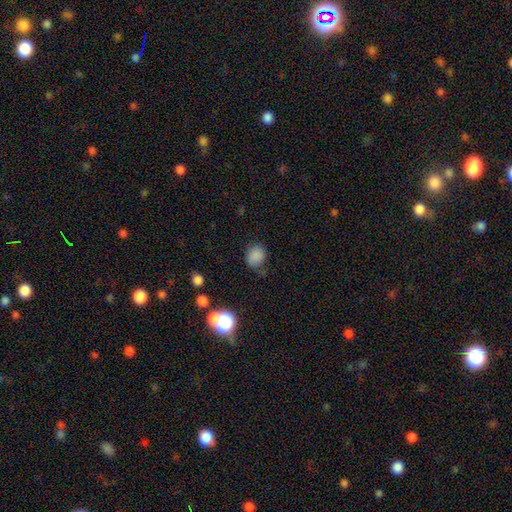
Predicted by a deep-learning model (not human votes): Morphology: type=smooth (82%); roundness=round (66%); merging=none (74%).